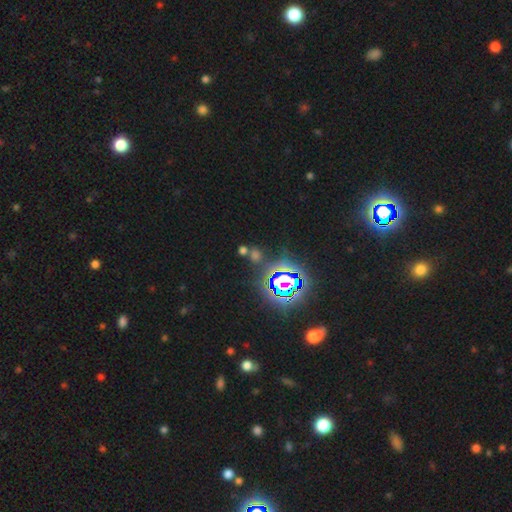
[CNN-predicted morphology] Smooth or featured?
  - star or artifact: 64% *
  - smooth: 27%
  - featured or disk: 9%